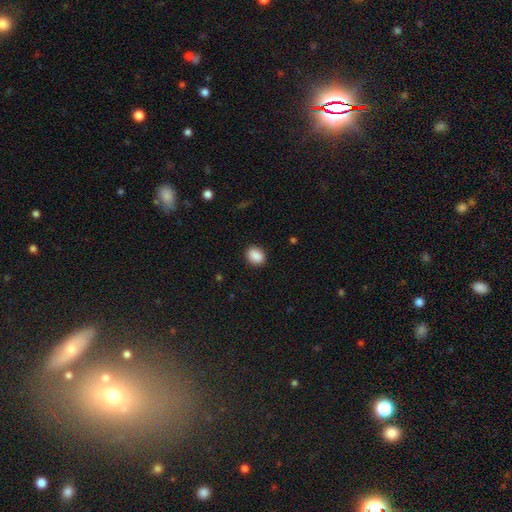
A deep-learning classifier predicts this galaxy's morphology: Smooth or featured: smooth — 89% (star or artifact — 8%)
How rounded: in between — 61% (round — 38%)
Merging: none — 89% (minor disturbance — 8%)